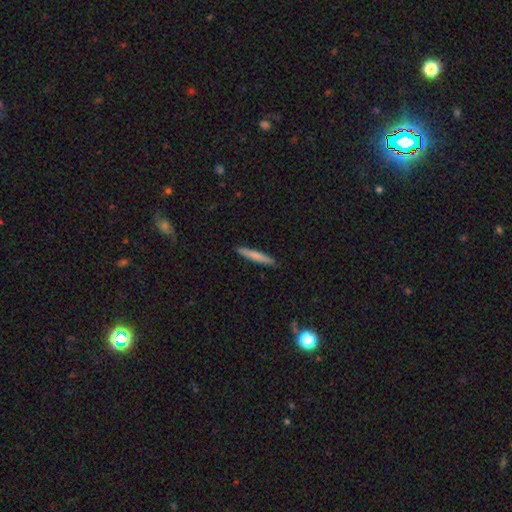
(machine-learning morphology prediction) smooth_or_featured: smooth (p=0.74) [alt: featured or disk p=0.20]
how_rounded: cigar-shaped (p=0.95) [alt: in between p=0.04]
merging: none (p=0.91) [alt: minor disturbance p=0.07]